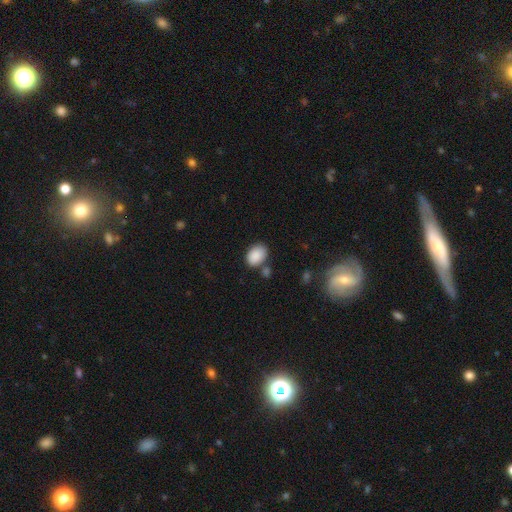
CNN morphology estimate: This appears to be a smooth galaxy with no disk features (88%) that is in between round and cigar-shaped (80%). Merging: none (66%).